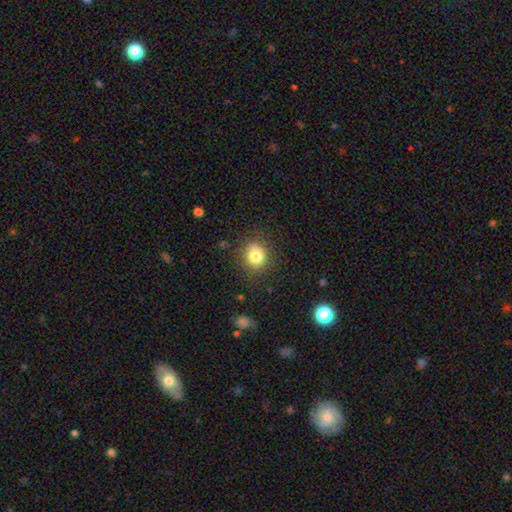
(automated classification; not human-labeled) Smooth or featured? smooth (81%)
How rounded? round (78%)
Merging? none (84%)